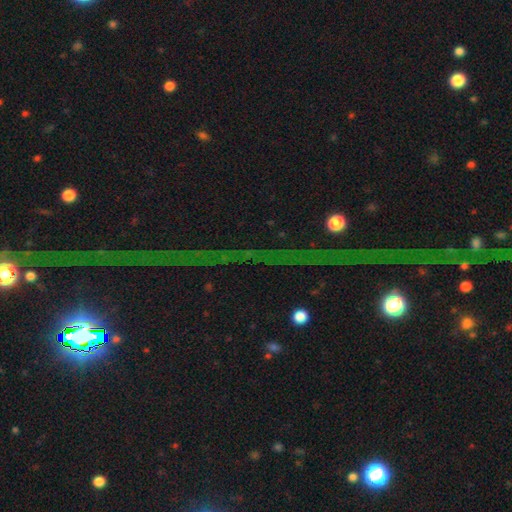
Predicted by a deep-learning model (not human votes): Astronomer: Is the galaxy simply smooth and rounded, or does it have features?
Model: star or artifact — 79%.